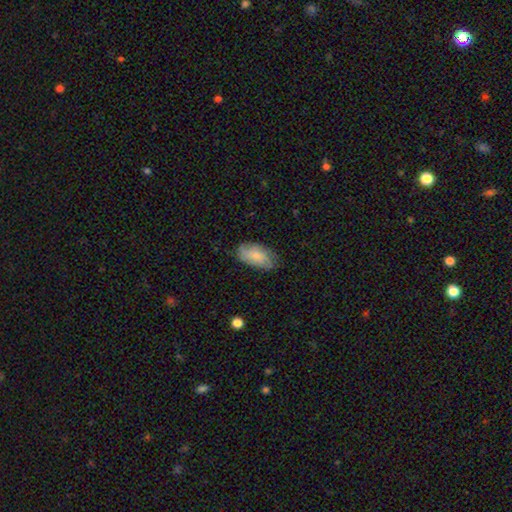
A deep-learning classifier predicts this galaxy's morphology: smooth_or_featured: smooth (p=0.69) [alt: featured or disk p=0.24]
how_rounded: in between (p=0.93) [alt: round p=0.03]
merging: none (p=0.69) [alt: minor disturbance p=0.24]